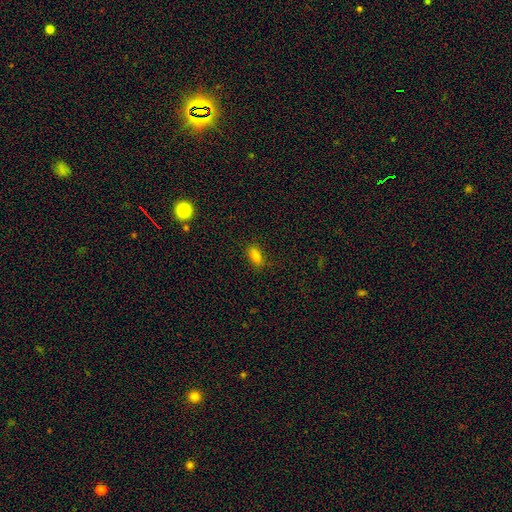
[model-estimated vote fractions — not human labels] Smooth or featured?
  - smooth: 81% *
  - star or artifact: 12%
  - featured or disk: 7%
How rounded?
  - in between: 85% *
  - cigar-shaped: 8%
  - round: 6%
Merging?
  - none: 82% *
  - minor disturbance: 13%
  - major disturbance: 3%
  - merger: 1%